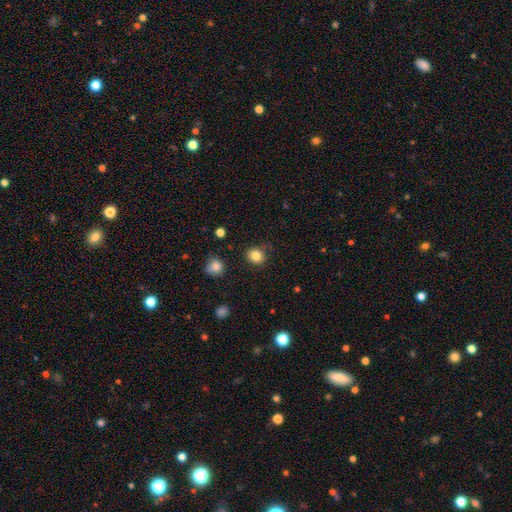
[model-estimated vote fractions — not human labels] A smooth galaxy with no disk features (83%) that is round (84%).

Vote fractions:
- Smooth or featured? smooth: 83% / star or artifact: 11% / featured or disk: 6%
- How rounded? round: 84% / in between: 15% / cigar-shaped: 1%
- Merging? none: 82% / minor disturbance: 13% / major disturbance: 3% / merger: 2%